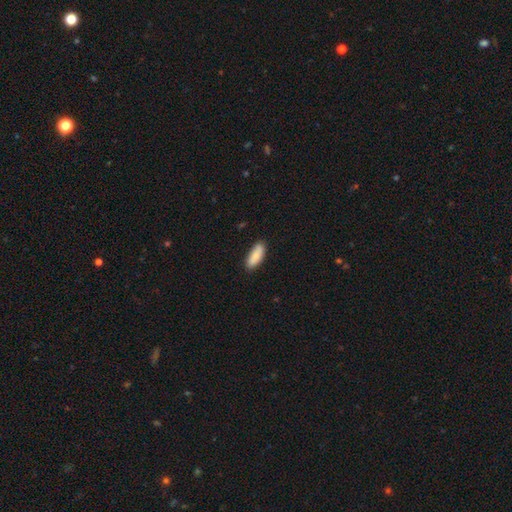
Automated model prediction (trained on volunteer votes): A smooth galaxy with no disk features (86%) that is in between round and cigar-shaped (70%).

Vote fractions:
- Smooth or featured? smooth: 86% / featured or disk: 8% / star or artifact: 6%
- How rounded? in between: 70% / cigar-shaped: 28% / round: 2%
- Merging? none: 84% / minor disturbance: 13% / major disturbance: 2% / merger: 1%